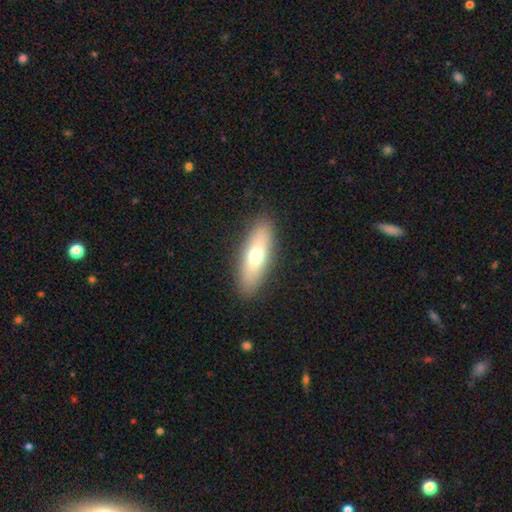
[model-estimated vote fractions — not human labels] Overall: smooth (64%; featured or disk 29%). How rounded: in between (55%; cigar-shaped 42%). Merging: none (89%).